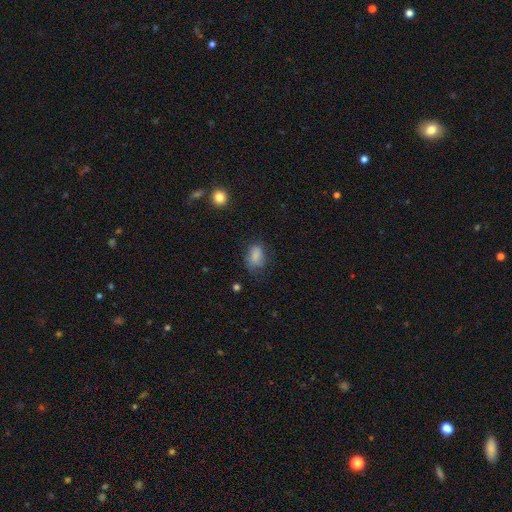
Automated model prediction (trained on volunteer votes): Smooth or featured: smooth — 81% (star or artifact — 11%)
How rounded: in between — 81% (round — 17%)
Merging: none — 56% (minor disturbance — 28%)